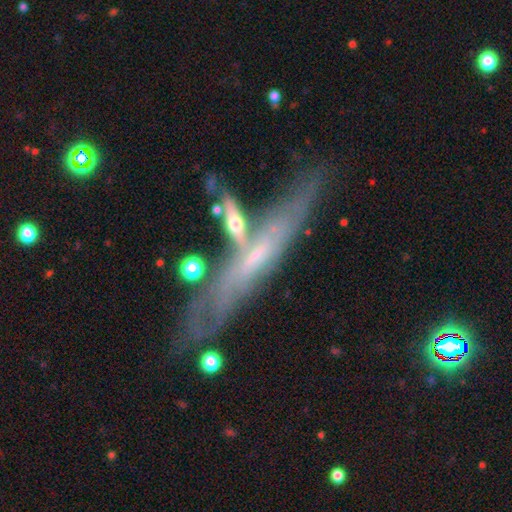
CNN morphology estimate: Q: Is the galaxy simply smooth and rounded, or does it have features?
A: featured or disk — 68%.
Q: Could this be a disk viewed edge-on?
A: yes — 75%.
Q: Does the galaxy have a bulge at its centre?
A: none — 57%.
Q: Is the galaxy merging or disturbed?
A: none — 52%.